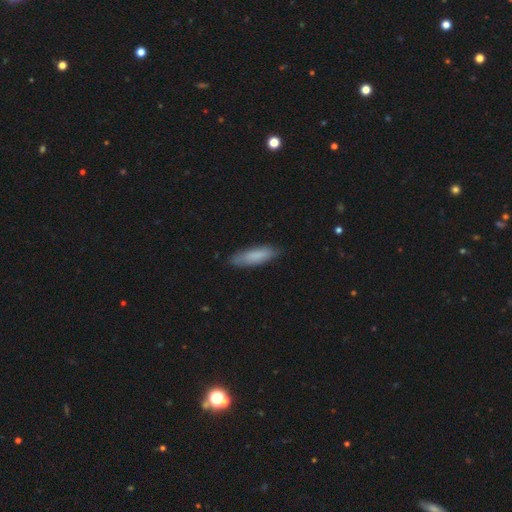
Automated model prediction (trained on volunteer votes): Overall: smooth (81%). How rounded: cigar-shaped (62%; in between 37%). Merging: none (82%).